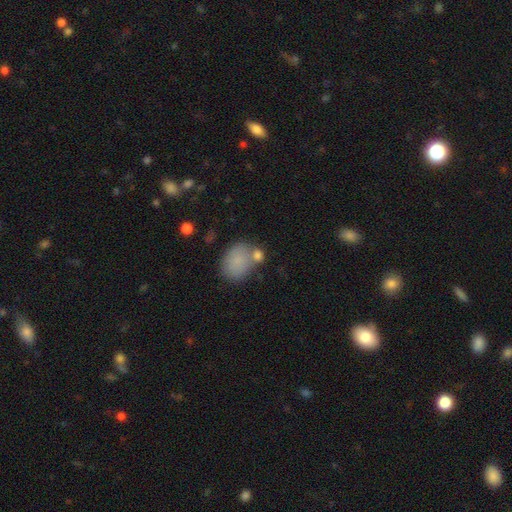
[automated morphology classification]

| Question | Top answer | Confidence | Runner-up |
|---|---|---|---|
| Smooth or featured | smooth | 79% | star or artifact (11%) |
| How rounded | in between | 60% | round (39%) |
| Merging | none | 56% | merger (22%) |